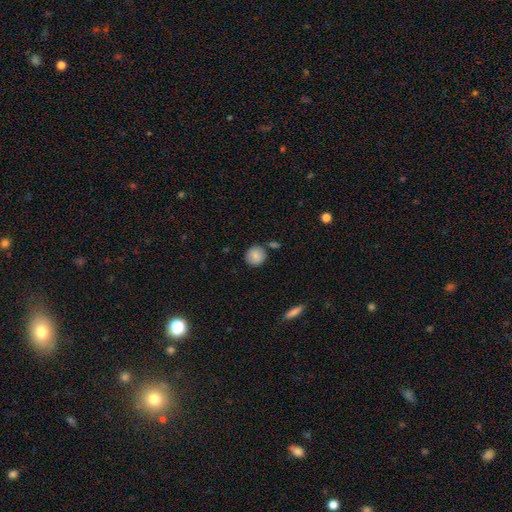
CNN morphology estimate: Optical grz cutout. It shows a smooth galaxy with no disk features (86%) that is round (90%). Merging: none (81%).